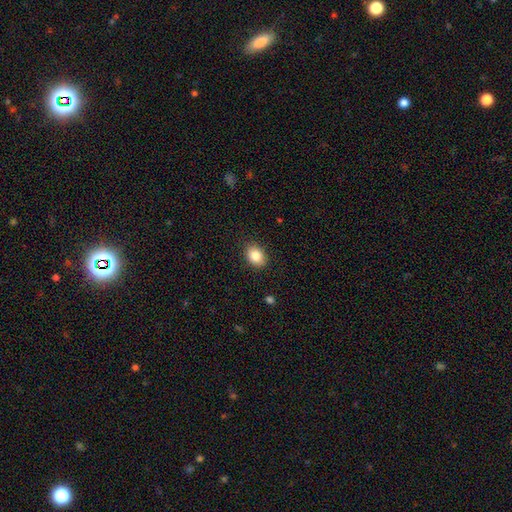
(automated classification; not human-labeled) A smooth galaxy with no disk features (86%) that is in between round and cigar-shaped (69%). Merging: none (88%).